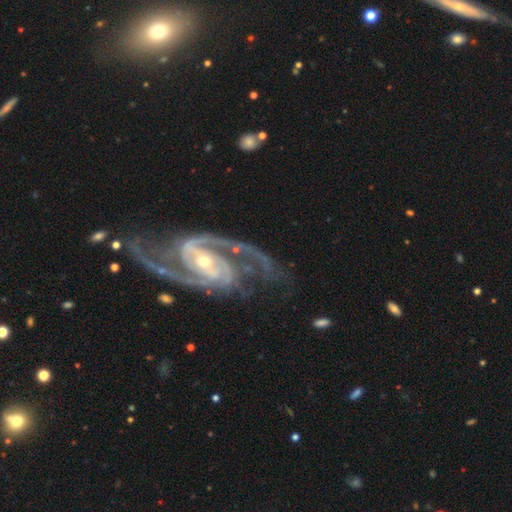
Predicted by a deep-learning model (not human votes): This appears to be a featured or disk galaxy (93%) with a strong bar (39%), 2 (88%) medium (60%) spiral arms (99%) and a small central bulge (63%). Merging: none (75%).